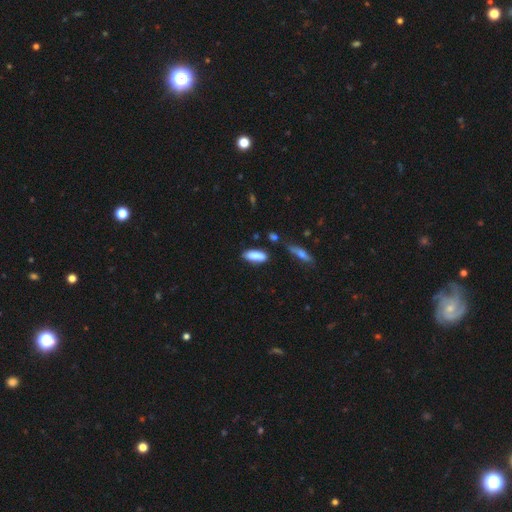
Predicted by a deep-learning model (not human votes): The model was most divided on "how rounded": in between: 62%, cigar-shaped: 36%, round: 2%. More confident: smooth or featured — smooth (86%); merging — none (79%).